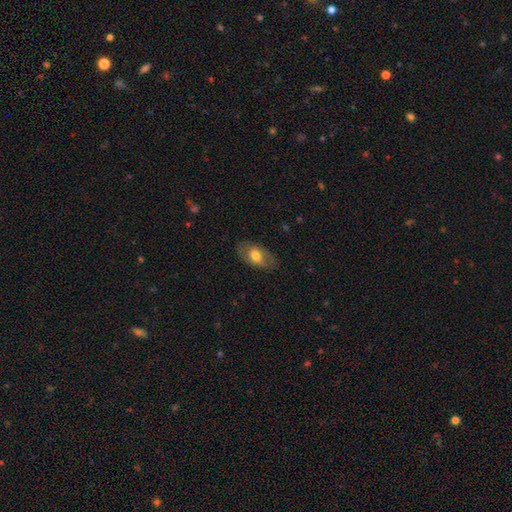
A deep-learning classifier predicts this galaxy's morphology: This appears to be a smooth galaxy with no disk features (62%) that is in between round and cigar-shaped (92%). Merging: none (80%).